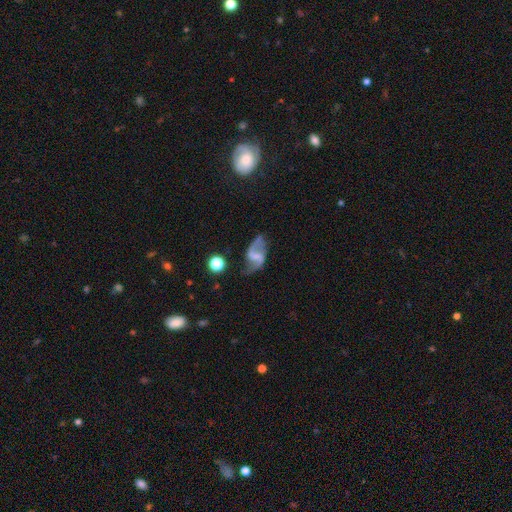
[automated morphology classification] The model was most divided on "bar": weak: 46%, strong: 35%, no: 19%. More confident: edge-on disk — no (97%); spiral arms — yes (93%); spiral arm count — 2 (92%); smooth or featured — featured or disk (83%); merging — none (69%); spiral winding — loose (68%); bulge size — none (56%).